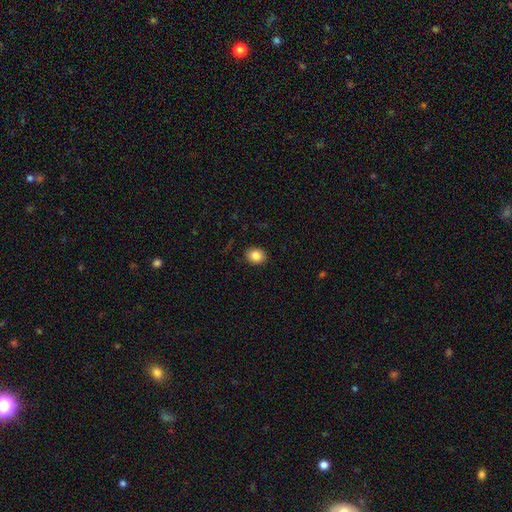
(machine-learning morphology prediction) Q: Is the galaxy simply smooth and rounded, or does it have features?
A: smooth — 85%.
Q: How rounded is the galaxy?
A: round — 57%.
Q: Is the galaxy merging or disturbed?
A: none — 89%.